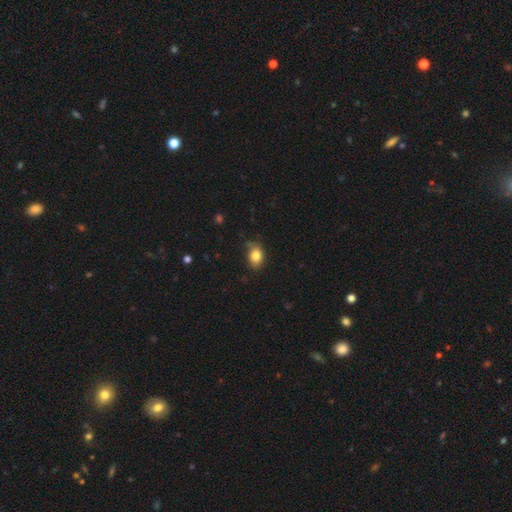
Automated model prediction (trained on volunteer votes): Overall: smooth (82%). How rounded: in between (73%). Merging: none (71%).